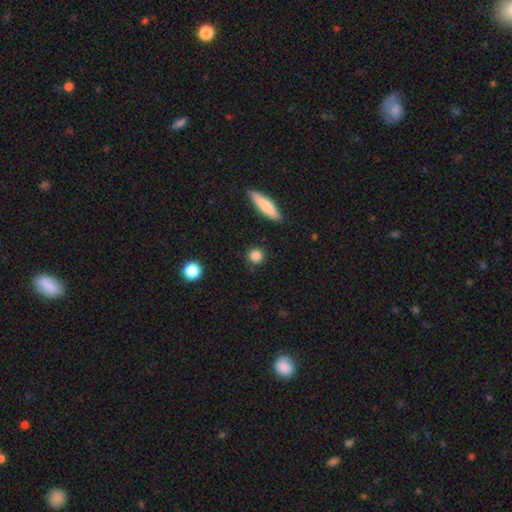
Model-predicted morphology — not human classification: A smooth galaxy with no disk features (85%) that is round (85%).

Vote fractions:
- Smooth or featured? smooth: 85% / star or artifact: 9% / featured or disk: 5%
- How rounded? round: 85% / in between: 10% / cigar-shaped: 4%
- Merging? none: 88% / minor disturbance: 8% / major disturbance: 2% / merger: 2%